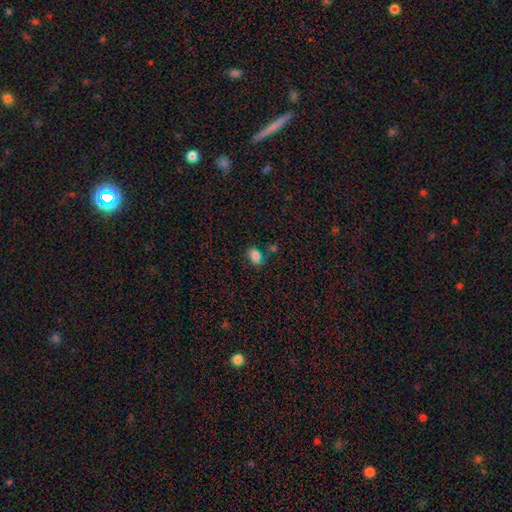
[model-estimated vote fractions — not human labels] The model was most divided on "merging": none: 55%, minor disturbance: 23%, merger: 13%, major disturbance: 9%. More confident: how rounded — in between (80%); smooth or featured — smooth (75%).